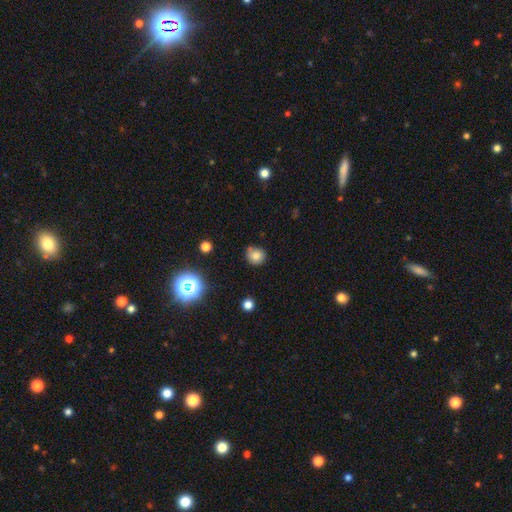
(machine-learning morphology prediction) Smooth or featured? Predicted: smooth (p=0.76). How rounded? Predicted: round (p=0.87). Merging? Predicted: none (p=0.75).